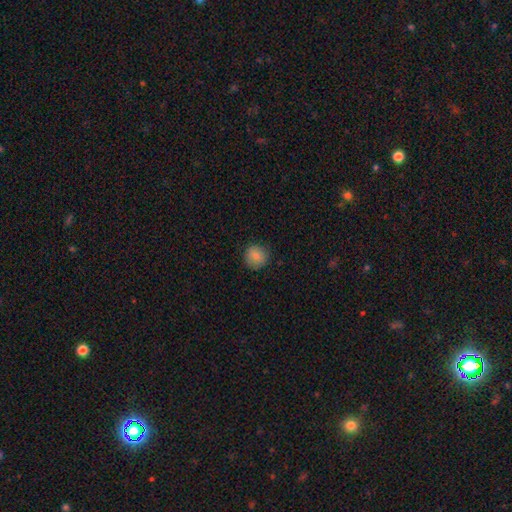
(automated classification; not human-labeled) Smooth or featured? smooth (85%)
How rounded? round (91%)
Merging? none (87%)